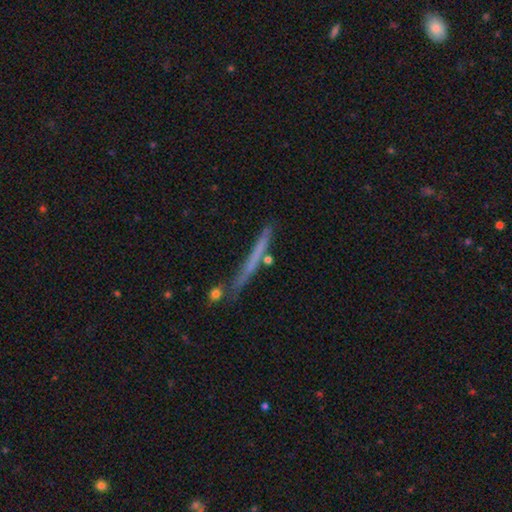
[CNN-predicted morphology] Q: Smooth or featured?
A: featured or disk (46%); runner-up: smooth (44%)
Q: Merging?
A: none (75%); runner-up: minor disturbance (14%)